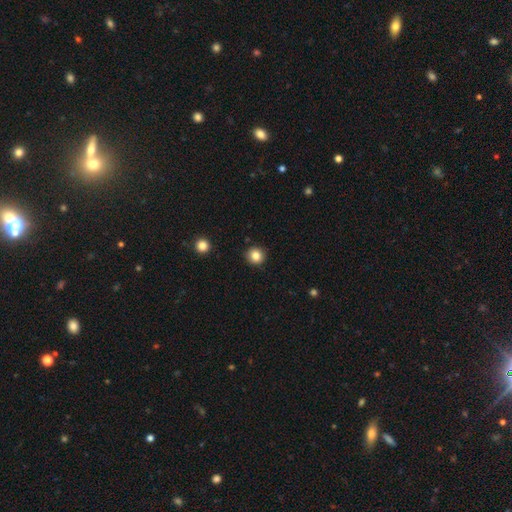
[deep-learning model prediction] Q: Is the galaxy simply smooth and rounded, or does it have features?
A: smooth — 83%.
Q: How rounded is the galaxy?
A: round — 93%.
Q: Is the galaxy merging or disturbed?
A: none — 92%.